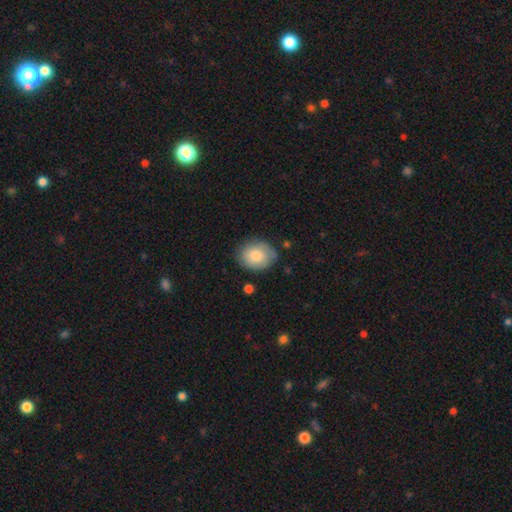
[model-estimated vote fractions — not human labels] Smooth or featured? Predicted: smooth (p=0.79). How rounded? Predicted: round (p=0.52). Merging? Predicted: none (p=0.78).